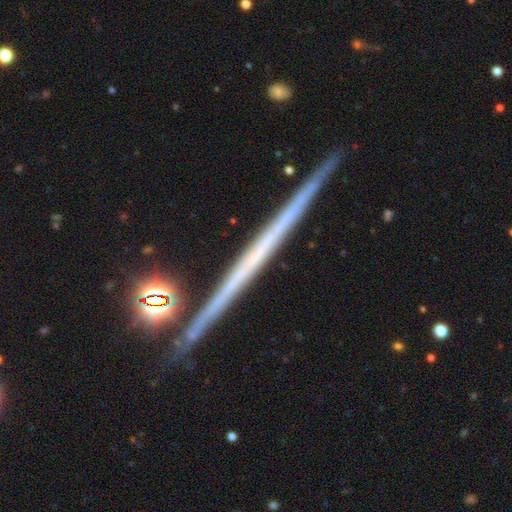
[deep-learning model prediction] A featured or disk galaxy (74%) viewed edge-on (98%) with no central bulge (92%). Merging: none (90%).